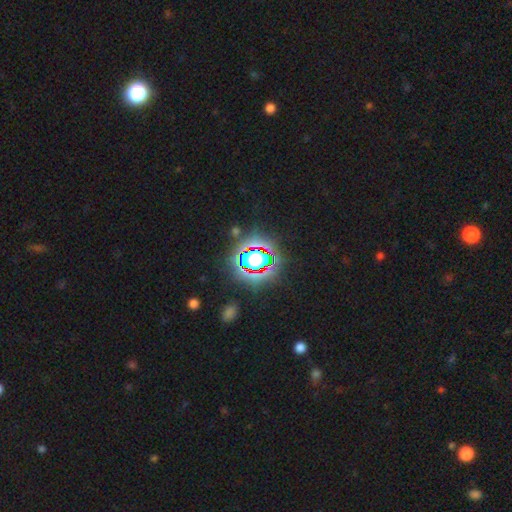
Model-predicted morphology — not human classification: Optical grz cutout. It shows a star or artifact, not a galaxy (82%).